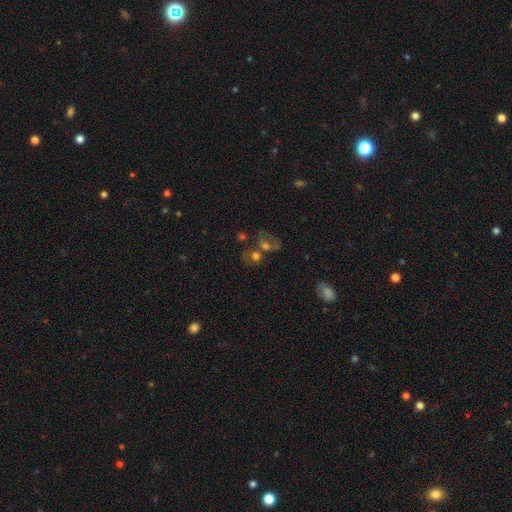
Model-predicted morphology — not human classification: A smooth galaxy with no disk features (53%) that is round (63%).

Vote fractions:
- Smooth or featured? smooth: 53% / featured or disk: 30% / star or artifact: 17%
- How rounded? round: 63% / in between: 36% / cigar-shaped: 2%
- Merging? merger: 54% / none: 26% / major disturbance: 10% / minor disturbance: 9%